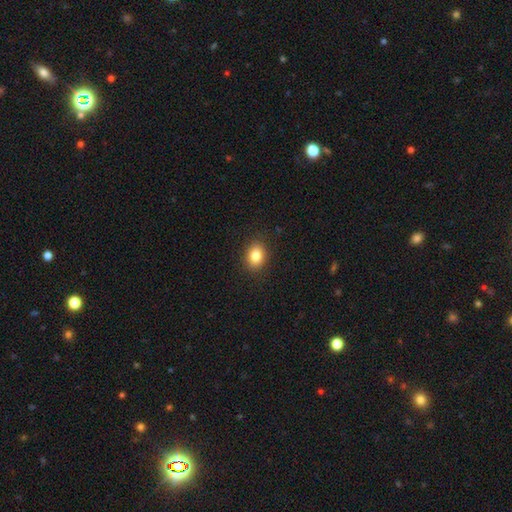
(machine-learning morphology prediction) A smooth galaxy with no disk features (84%) that is in between round and cigar-shaped (66%). Merging: none (89%).